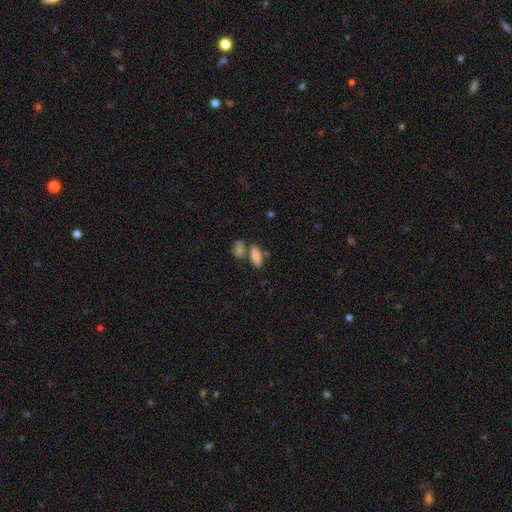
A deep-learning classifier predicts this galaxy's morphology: Smooth or featured?
  - smooth: 78% *
  - featured or disk: 13%
  - star or artifact: 9%
How rounded?
  - in between: 74% *
  - cigar-shaped: 23%
  - round: 4%
Merging?
  - none: 55% *
  - merger: 26%
  - minor disturbance: 13%
  - major disturbance: 5%